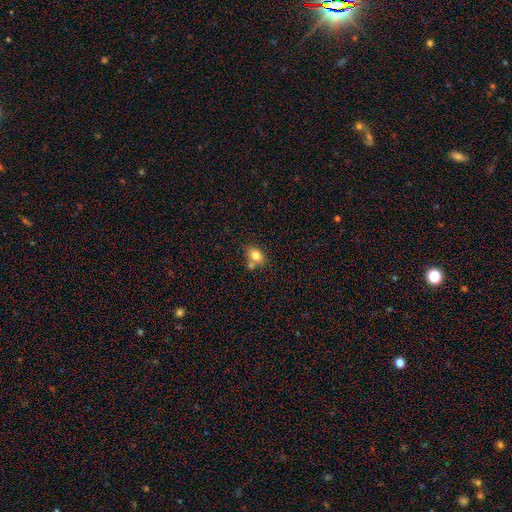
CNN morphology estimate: A smooth galaxy with no disk features (80%) that is in between round and cigar-shaped (72%).

Vote fractions:
- Smooth or featured? smooth: 80% / featured or disk: 10% / star or artifact: 10%
- How rounded? in between: 72% / round: 27% / cigar-shaped: 2%
- Merging? none: 56% / merger: 26% / minor disturbance: 14% / major disturbance: 4%